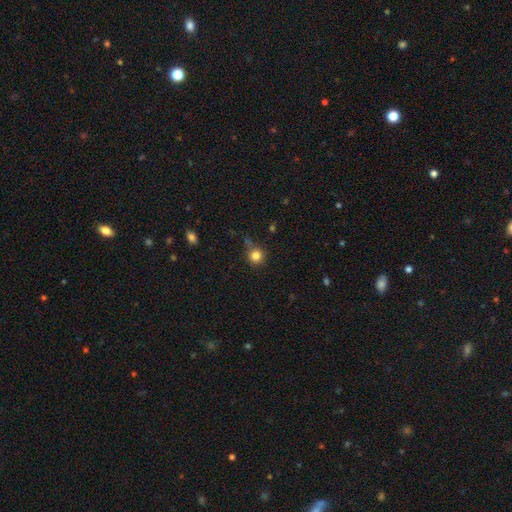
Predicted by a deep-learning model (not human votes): Q: Smooth or featured?
A: smooth (82%); runner-up: star or artifact (12%)
Q: How rounded?
A: round (92%); runner-up: in between (7%)
Q: Merging?
A: none (66%); runner-up: minor disturbance (20%)